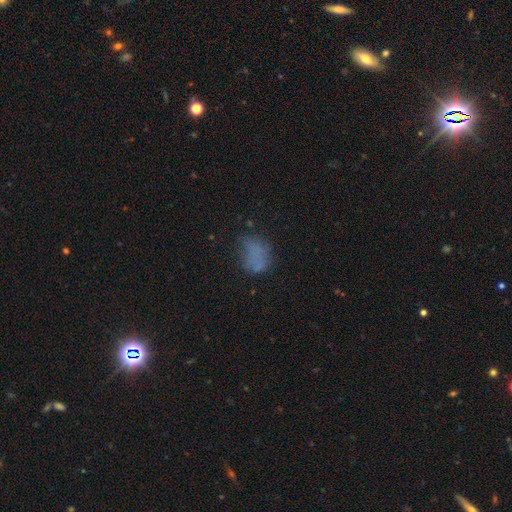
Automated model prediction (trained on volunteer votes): Smooth or featured? Predicted: smooth (p=0.61). How rounded? Predicted: in between (p=0.63). Merging? Predicted: none (p=0.51).